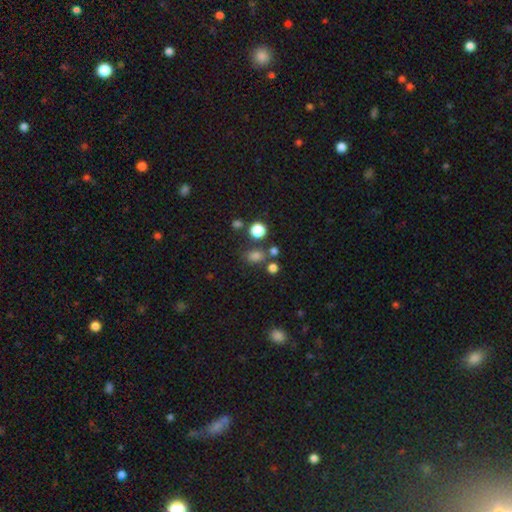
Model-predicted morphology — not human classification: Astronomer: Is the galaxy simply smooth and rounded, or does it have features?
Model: smooth — 76%.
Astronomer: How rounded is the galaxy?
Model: in between — 51% (runner-up: round, 48%).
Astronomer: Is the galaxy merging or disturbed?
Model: none — 70%.